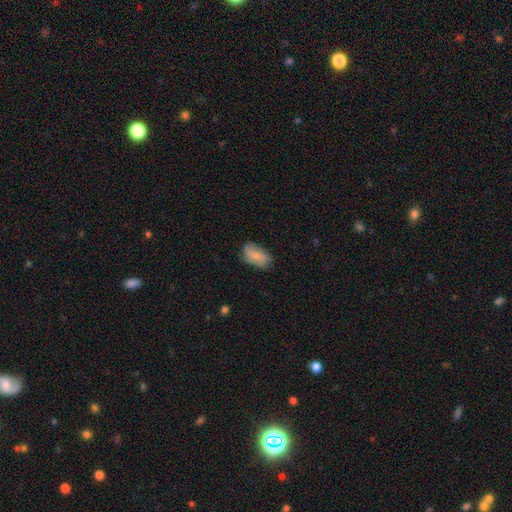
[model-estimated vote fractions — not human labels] Morphology: type=smooth (74%); roundness=in between (92%); merging=none (70%).